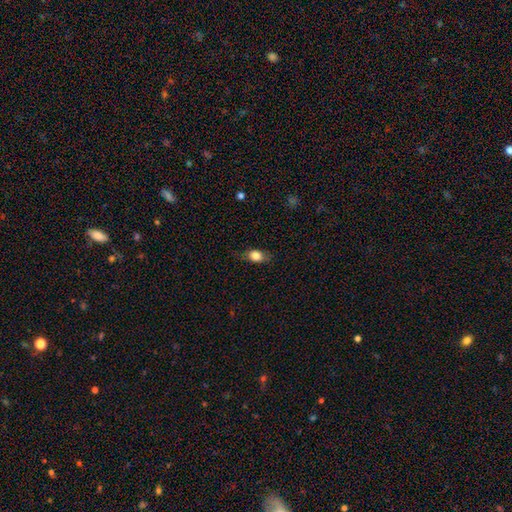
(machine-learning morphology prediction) type=smooth (80%); roundness=in between (76%); merging=none (73%).